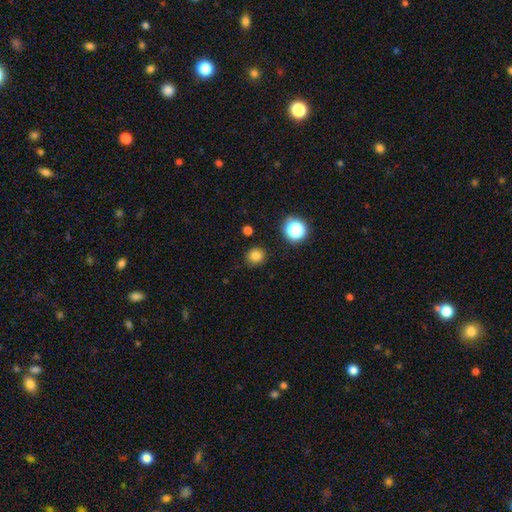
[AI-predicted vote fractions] Morphology: type=smooth (80%); roundness=round (87%); merging=none (87%).